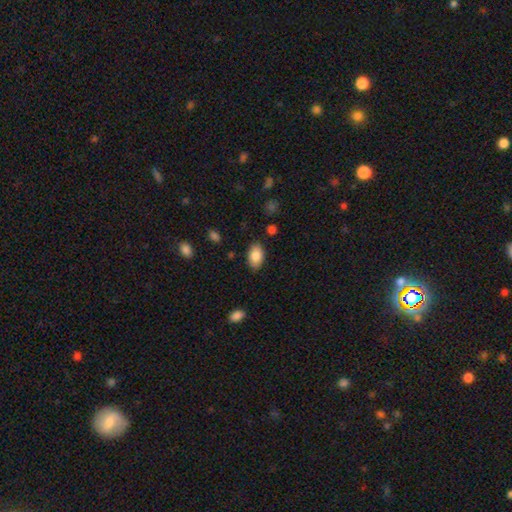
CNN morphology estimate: A smooth galaxy with no disk features (85%) that is in between round and cigar-shaped (92%).

Vote fractions:
- Smooth or featured? smooth: 85% / featured or disk: 9% / star or artifact: 7%
- How rounded? in between: 92% / round: 7% / cigar-shaped: 1%
- Merging? none: 84% / minor disturbance: 12% / major disturbance: 3% / merger: 2%